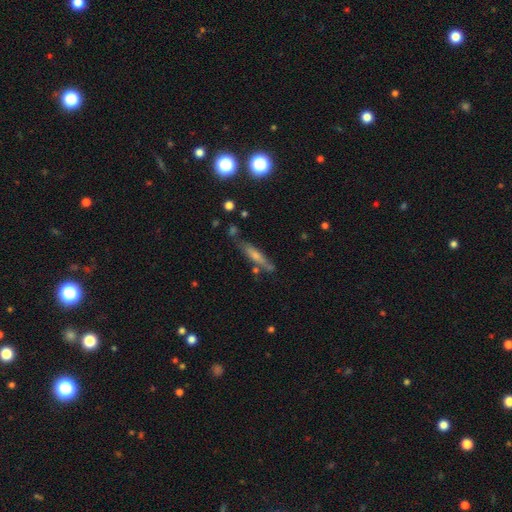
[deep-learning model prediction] Smooth or featured?
  - smooth: 50% *
  - featured or disk: 39%
  - star or artifact: 11%
How rounded?
  - cigar-shaped: 82% *
  - in between: 15%
  - round: 3%
Merging?
  - none: 71% *
  - minor disturbance: 17%
  - merger: 7%
  - major disturbance: 5%